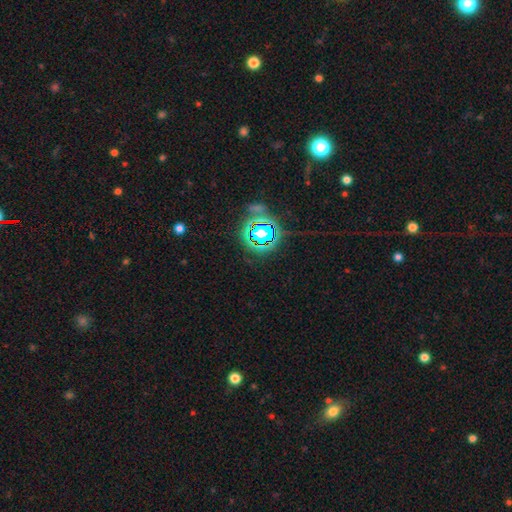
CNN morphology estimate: star or artifact 82%, smooth 11%, featured or disk 7%.